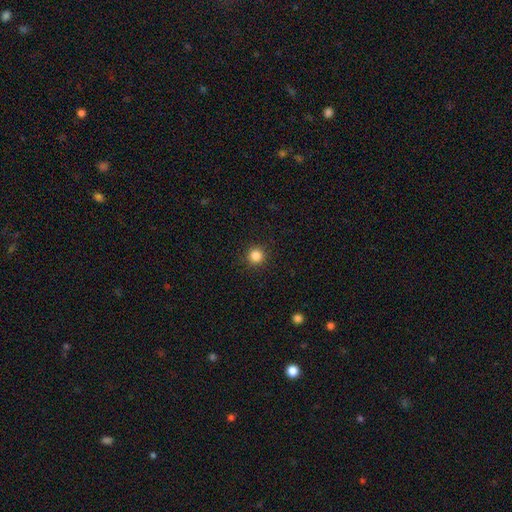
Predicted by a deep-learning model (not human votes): The model was most divided on "smooth or featured": smooth: 84%, star or artifact: 12%, featured or disk: 4%. More confident: how rounded — round (95%); merging — none (92%).